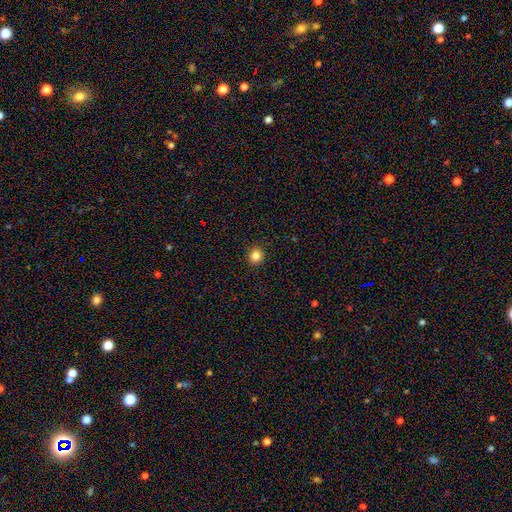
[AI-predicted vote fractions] smooth 84%, star or artifact 12%, featured or disk 4%. Down the decision tree: how rounded — round (91%); merging — none (93%).